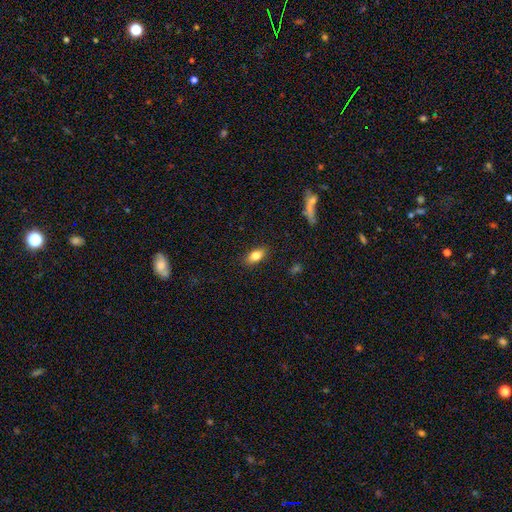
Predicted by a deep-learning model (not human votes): Overall: smooth (81%). How rounded: in between (86%). Merging: none (87%).